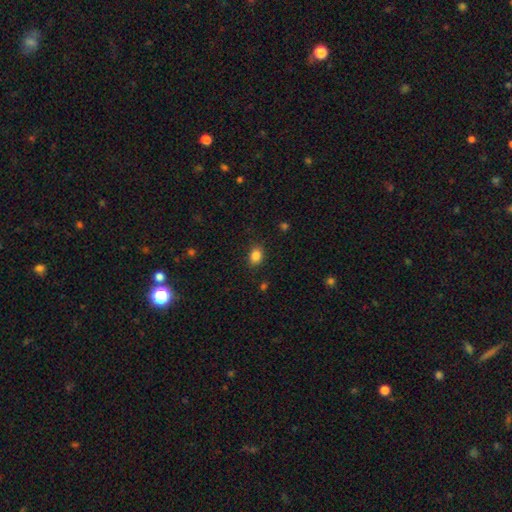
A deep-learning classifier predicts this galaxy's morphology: Smooth or featured?
  - smooth: 85% *
  - star or artifact: 10%
  - featured or disk: 4%
How rounded?
  - in between: 56% *
  - round: 43%
  - cigar-shaped: 1%
Merging?
  - none: 85% *
  - minor disturbance: 11%
  - major disturbance: 3%
  - merger: 1%